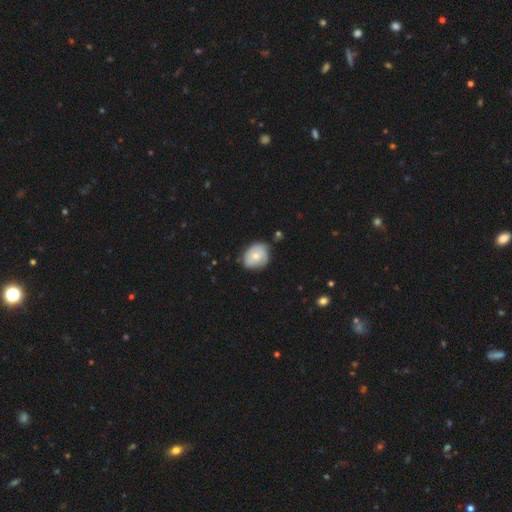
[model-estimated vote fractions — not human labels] Morphology: type=smooth (57%); roundness=round (53%); merging=none (59%).